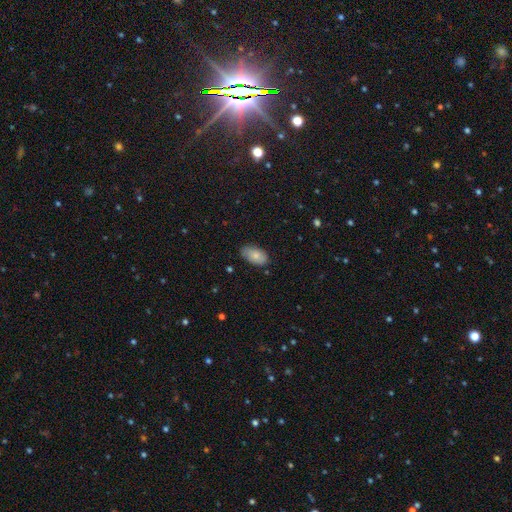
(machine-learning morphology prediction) Smooth or featured? smooth (79%)
How rounded? in between (94%)
Merging? none (76%)